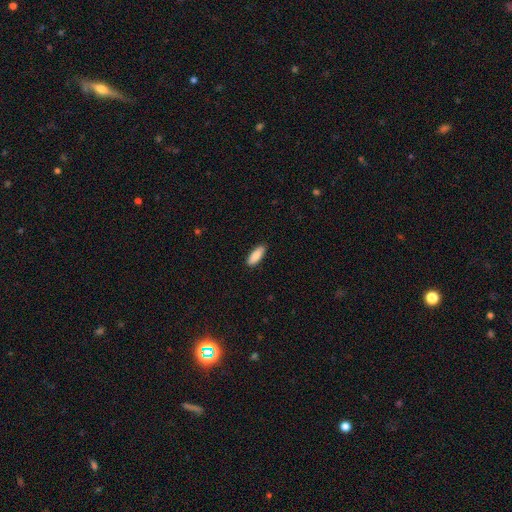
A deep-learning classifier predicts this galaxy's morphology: Smooth or featured? Predicted: smooth (p=0.88). How rounded? Predicted: in between (p=0.65). Merging? Predicted: none (p=0.89).